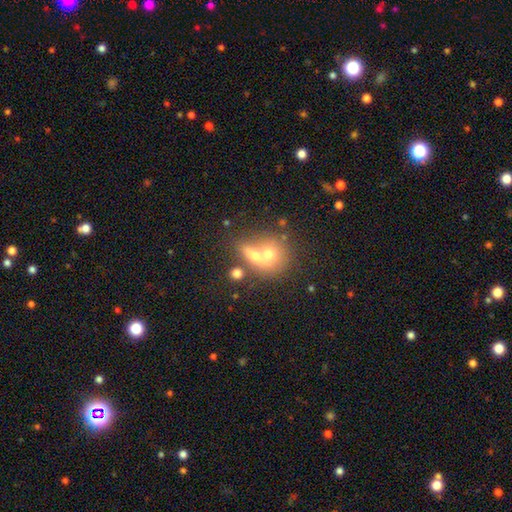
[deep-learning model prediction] Morphology: type=smooth (63%); roundness=round (61%); merging=merger (61%).